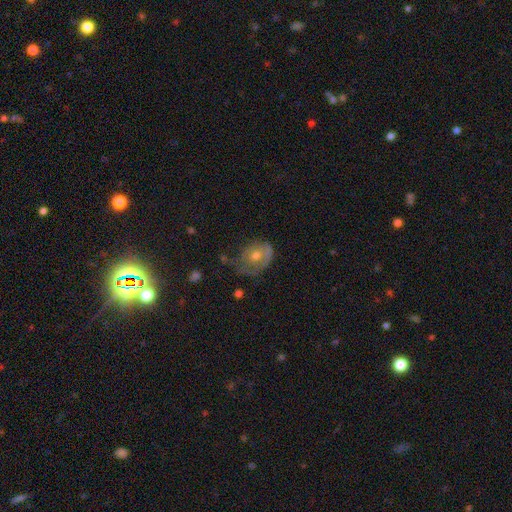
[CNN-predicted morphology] Smooth or featured? featured or disk (49%)
Merging? none (38%)